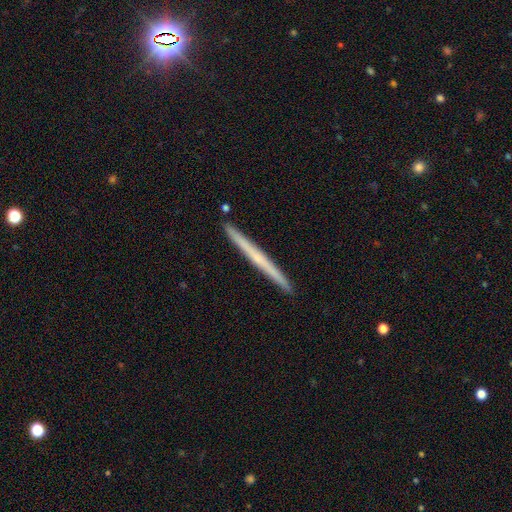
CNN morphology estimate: Smooth or featured?
  - featured or disk: 56% *
  - smooth: 39%
  - star or artifact: 6%
Edge-on disk?
  - yes: 98% *
  - no: 2%
Edge-on bulge?
  - none: 78% *
  - rounded: 18%
  - boxy: 4%
Merging?
  - none: 93% *
  - minor disturbance: 5%
  - merger: 1%
  - major disturbance: 1%